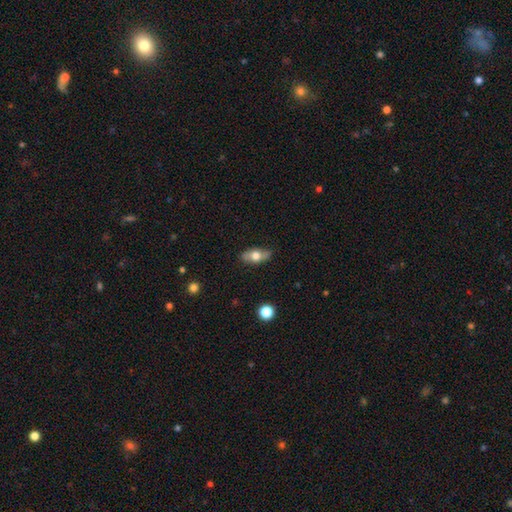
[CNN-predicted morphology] This appears to be a smooth galaxy with no disk features (63%) that is in between round and cigar-shaped (84%). Merging: none (80%).